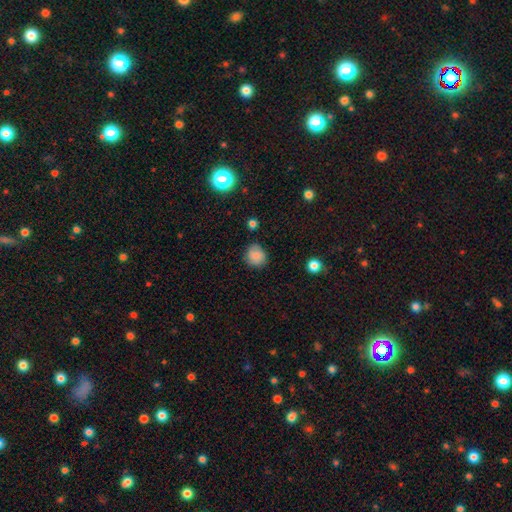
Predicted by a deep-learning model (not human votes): smooth_or_featured: smooth (p=0.83) [alt: star or artifact p=0.10]
how_rounded: round (p=0.77) [alt: in between p=0.22]
merging: none (p=0.78) [alt: minor disturbance p=0.17]